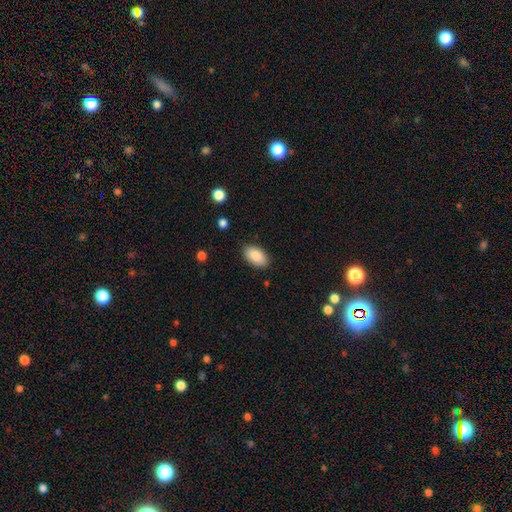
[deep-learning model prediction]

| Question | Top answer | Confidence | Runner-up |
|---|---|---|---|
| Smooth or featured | smooth | 89% | star or artifact (6%) |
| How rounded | in between | 95% | round (3%) |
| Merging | none | 87% | minor disturbance (10%) |